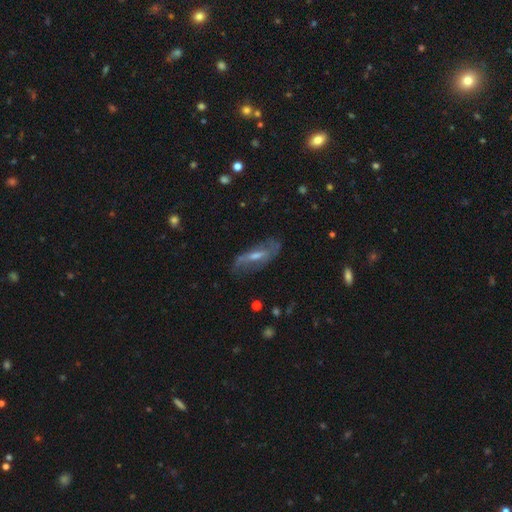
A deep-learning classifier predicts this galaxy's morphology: Overall: featured or disk (69%). Edge-on disk: no (76%). Bar: weak (46%; strong 30%). Spiral arms: yes (79%). Bulge size: moderate (50%; small 38%). Merging: none (69%).